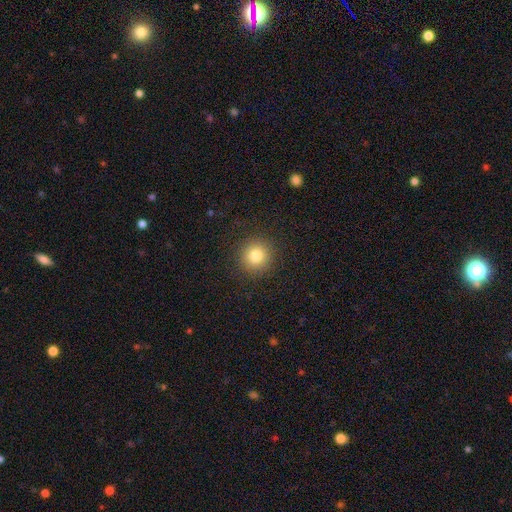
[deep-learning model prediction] This appears to be a smooth galaxy with no disk features (81%) that is round (94%). Merging: none (91%).